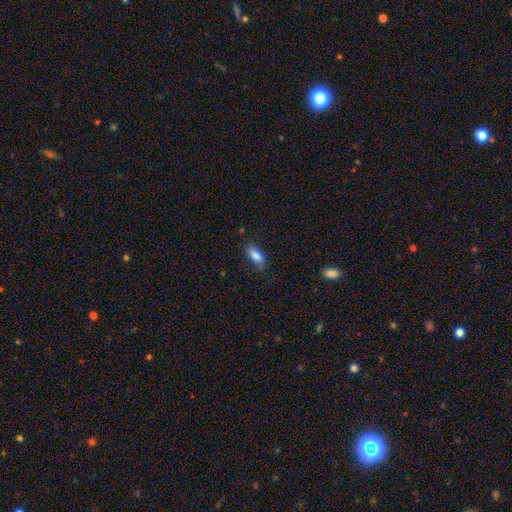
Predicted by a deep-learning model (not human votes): Q: Smooth or featured?
A: smooth (84%); runner-up: featured or disk (9%)
Q: How rounded?
A: in between (83%); runner-up: cigar-shaped (14%)
Q: Merging?
A: none (67%); runner-up: minor disturbance (24%)